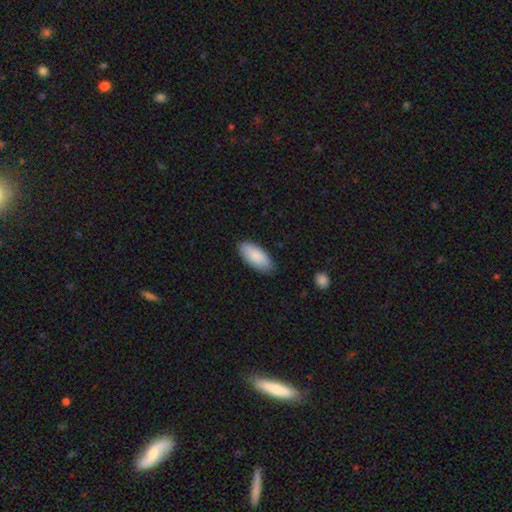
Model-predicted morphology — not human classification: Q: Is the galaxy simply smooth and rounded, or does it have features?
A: smooth — 88%.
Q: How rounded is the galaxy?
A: in between — 91%.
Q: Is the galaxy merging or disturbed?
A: none — 84%.